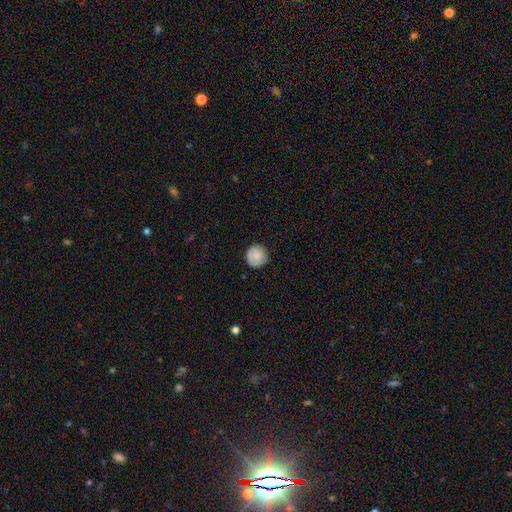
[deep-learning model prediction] Smooth or featured: smooth — 78% (featured or disk — 15%)
How rounded: round — 94% (in between — 6%)
Merging: none — 83% (minor disturbance — 14%)